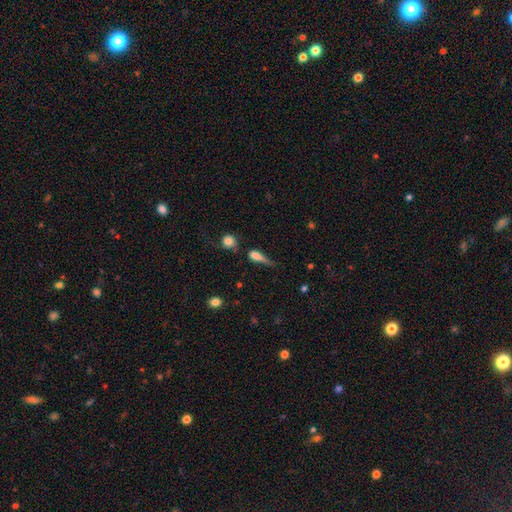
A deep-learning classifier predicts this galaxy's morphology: Smooth or featured?
  - smooth: 63% *
  - featured or disk: 26%
  - star or artifact: 11%
How rounded?
  - cigar-shaped: 48% *
  - in between: 39%
  - round: 12%
Merging?
  - none: 35% *
  - minor disturbance: 31%
  - major disturbance: 24%
  - merger: 11%